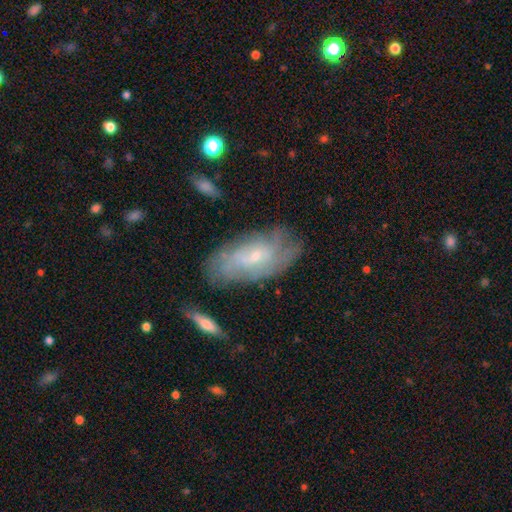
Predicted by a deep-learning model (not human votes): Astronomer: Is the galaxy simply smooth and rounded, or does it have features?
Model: featured or disk — 63%.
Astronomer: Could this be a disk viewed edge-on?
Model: no — 90%.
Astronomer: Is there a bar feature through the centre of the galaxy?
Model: no — 62%.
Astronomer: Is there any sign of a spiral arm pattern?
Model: yes — 74%.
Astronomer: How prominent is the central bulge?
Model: small — 74%.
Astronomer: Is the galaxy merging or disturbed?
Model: none — 68%.